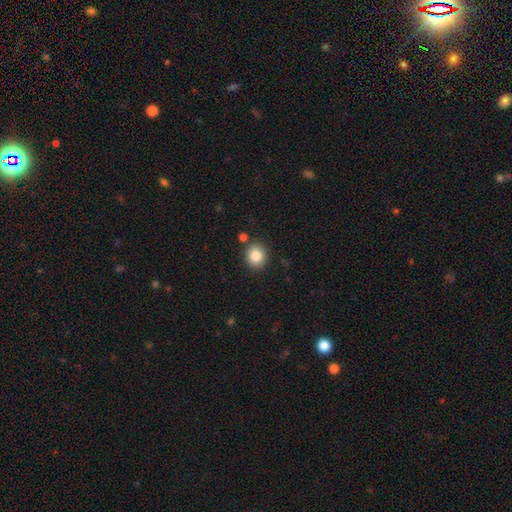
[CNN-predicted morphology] Q: Smooth or featured?
A: smooth (84%); runner-up: star or artifact (10%)
Q: How rounded?
A: round (79%); runner-up: in between (21%)
Q: Merging?
A: none (85%); runner-up: minor disturbance (8%)